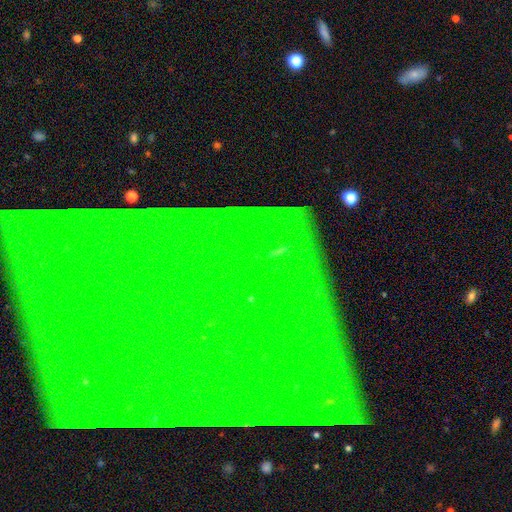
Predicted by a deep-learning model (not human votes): A star or artifact, not a galaxy (84%).